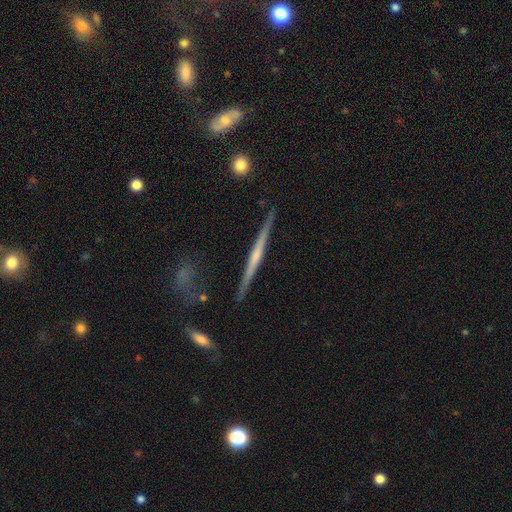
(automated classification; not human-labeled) featured or disk 70%, smooth 24%, star or artifact 6%. Down the decision tree: edge-on disk — yes (98%); edge-on bulge — none (54%); merging — none (87%).